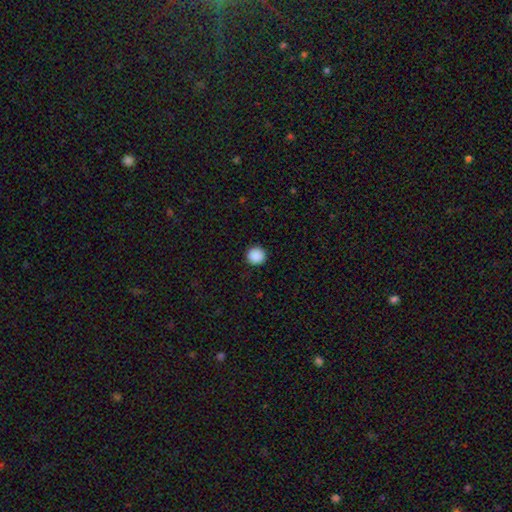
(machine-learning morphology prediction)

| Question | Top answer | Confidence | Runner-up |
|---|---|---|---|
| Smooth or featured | smooth | 90% | star or artifact (8%) |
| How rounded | round | 95% | in between (4%) |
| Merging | none | 93% | minor disturbance (5%) |